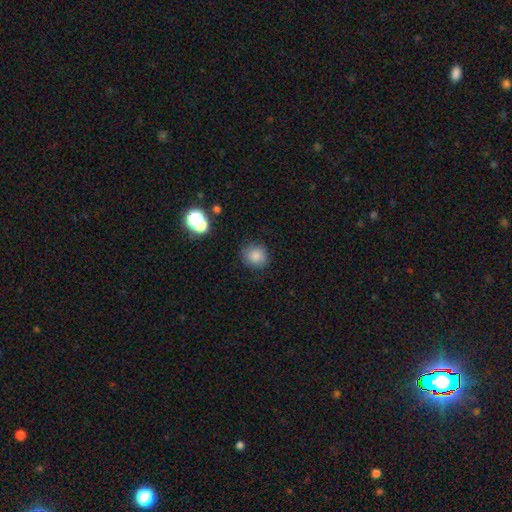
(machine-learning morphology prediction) smooth 83%, star or artifact 11%, featured or disk 6%. Down the decision tree: how rounded — round (81%); merging — none (80%).